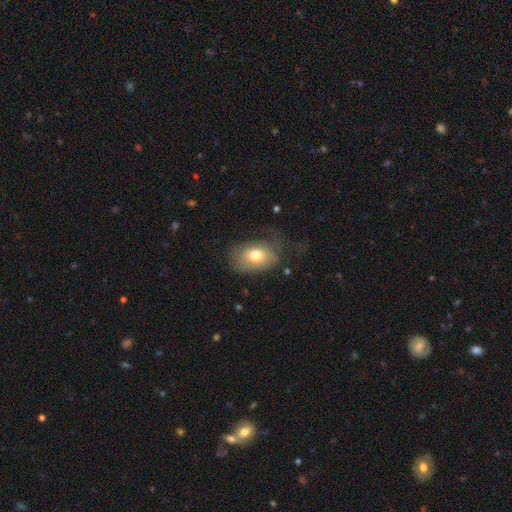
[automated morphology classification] Smooth or featured?
  - smooth: 70% *
  - featured or disk: 22%
  - star or artifact: 8%
How rounded?
  - in between: 80% *
  - round: 19%
  - cigar-shaped: 1%
Merging?
  - none: 47% *
  - minor disturbance: 28%
  - major disturbance: 23%
  - merger: 2%